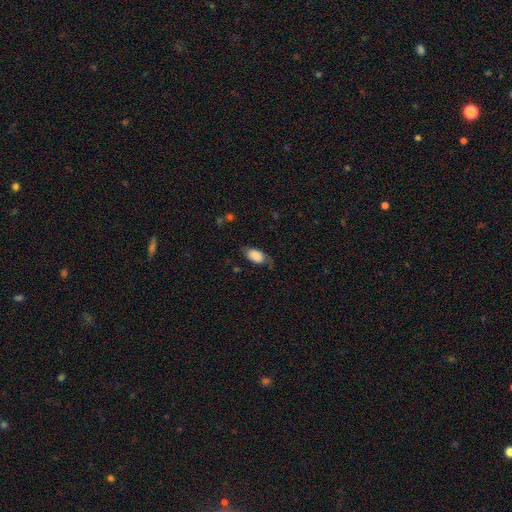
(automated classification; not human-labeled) This appears to be a smooth galaxy with no disk features (82%) that is in between round and cigar-shaped (93%). Merging: none (62%).